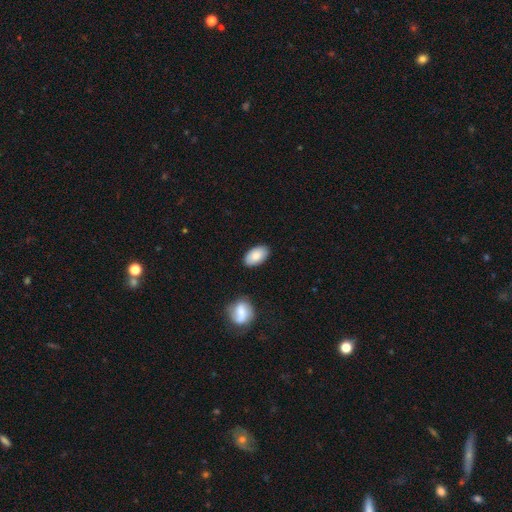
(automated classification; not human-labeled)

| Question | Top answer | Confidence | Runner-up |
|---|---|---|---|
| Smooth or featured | smooth | 86% | featured or disk (8%) |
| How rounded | in between | 94% | round (4%) |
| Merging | none | 84% | minor disturbance (11%) |